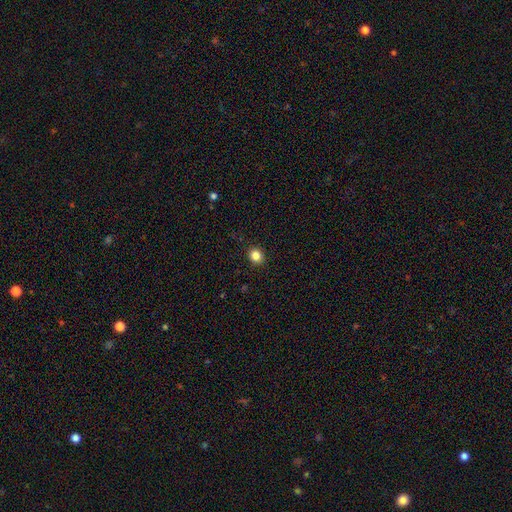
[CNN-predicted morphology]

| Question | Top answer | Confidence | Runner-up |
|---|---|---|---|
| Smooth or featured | smooth | 84% | star or artifact (11%) |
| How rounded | round | 77% | in between (22%) |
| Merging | none | 91% | minor disturbance (6%) |